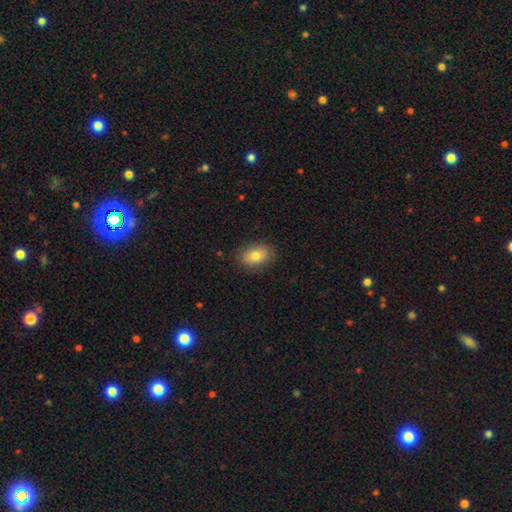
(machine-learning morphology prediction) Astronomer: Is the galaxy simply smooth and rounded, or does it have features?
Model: smooth — 79%.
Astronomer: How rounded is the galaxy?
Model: in between — 82%.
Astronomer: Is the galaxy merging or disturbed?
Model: none — 85%.